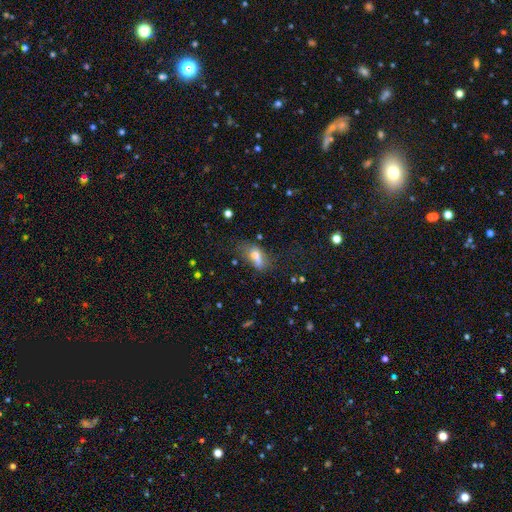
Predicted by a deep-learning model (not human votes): smooth_or_featured: smooth (p=0.66) [alt: featured or disk p=0.22]
how_rounded: in between (p=0.82) [alt: round p=0.10]
merging: none (p=0.33) [alt: minor disturbance p=0.29]